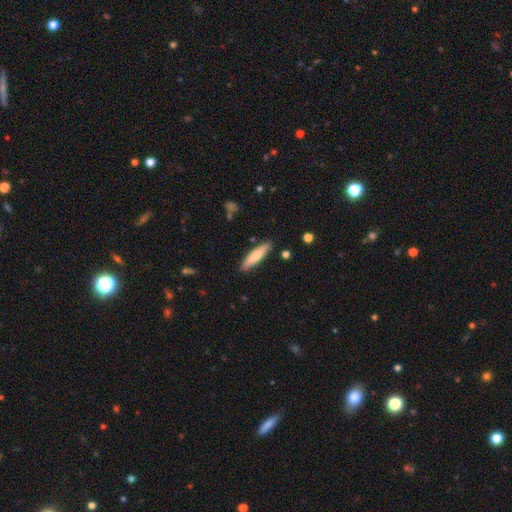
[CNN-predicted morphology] Smooth or featured: smooth — 71% (featured or disk — 23%)
How rounded: cigar-shaped — 80% (in between — 18%)
Merging: none — 86% (minor disturbance — 10%)